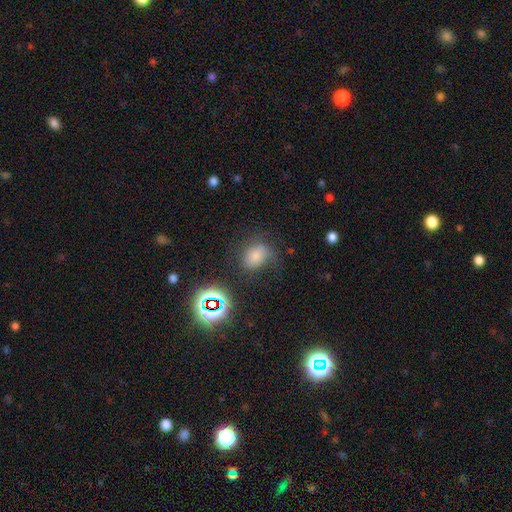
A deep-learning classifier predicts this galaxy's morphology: Q: Smooth or featured?
A: smooth (66%); runner-up: star or artifact (19%)
Q: How rounded?
A: in between (60%); runner-up: round (38%)
Q: Merging?
A: none (55%); runner-up: minor disturbance (24%)